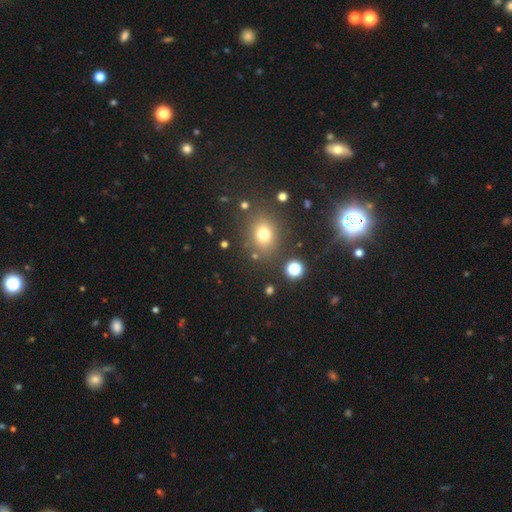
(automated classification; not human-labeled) smooth 60%, star or artifact 30%, featured or disk 10%. Down the decision tree: how rounded — round (60%); merging — none (83%).